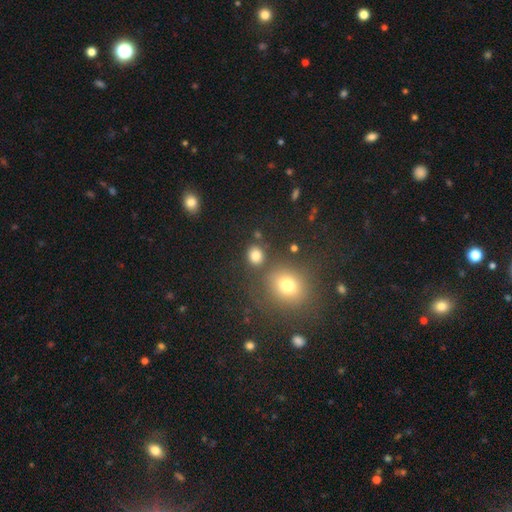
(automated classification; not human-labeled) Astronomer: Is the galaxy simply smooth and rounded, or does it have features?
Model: smooth — 80%.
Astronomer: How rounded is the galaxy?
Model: round — 70%.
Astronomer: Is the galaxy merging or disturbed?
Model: none — 77%.